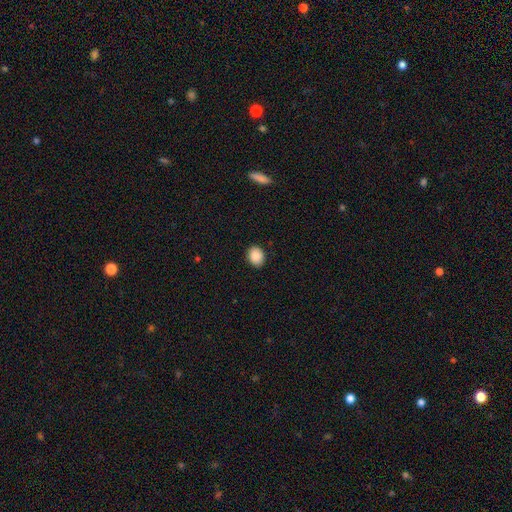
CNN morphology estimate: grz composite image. It shows a smooth galaxy with no disk features (88%) that is round (50%). Merging: none (89%).